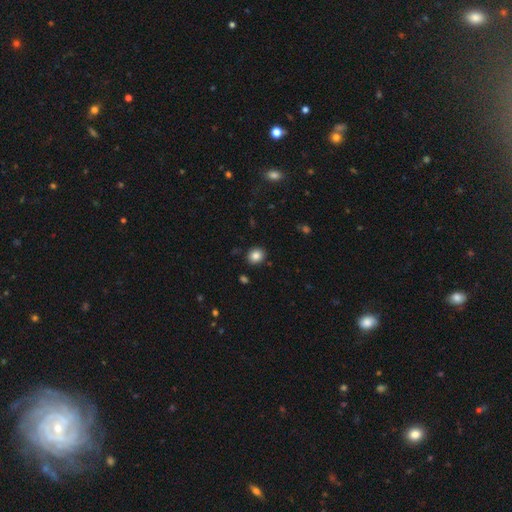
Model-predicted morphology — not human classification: smooth-or-featured: smooth: 85% | star or artifact: 10% | featured or disk: 5%
  how-rounded: round: 70% | in between: 29% | cigar-shaped: 1%
  merging: none: 90% | minor disturbance: 7% | major disturbance: 2% | merger: 2%